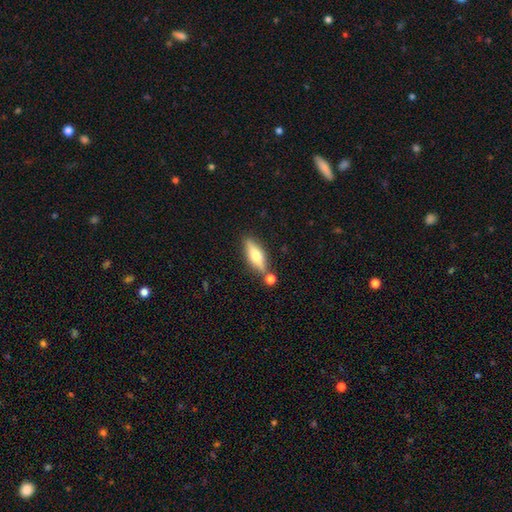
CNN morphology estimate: A smooth galaxy with no disk features (53%) that is in between round and cigar-shaped (51%).

Vote fractions:
- Smooth or featured? smooth: 53% / featured or disk: 39% / star or artifact: 7%
- How rounded? in between: 51% / cigar-shaped: 46% / round: 3%
- Merging? none: 72% / minor disturbance: 13% / merger: 12% / major disturbance: 3%